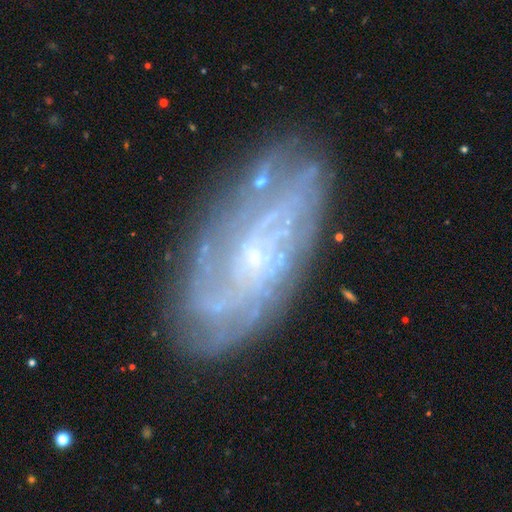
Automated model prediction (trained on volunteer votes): featured or disk 82%, smooth 11%, star or artifact 7%. Down the decision tree: edge-on disk — no (92%); bar — no (72%); spiral arms — yes (92%); spiral arm count — can't tell (40%); spiral winding — tight (62%); bulge size — small (82%); merging — none (76%).